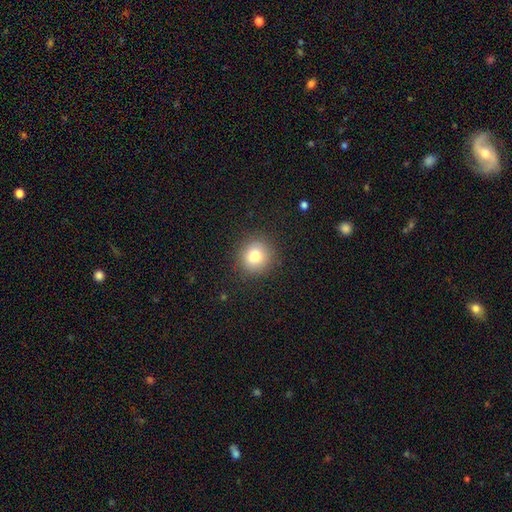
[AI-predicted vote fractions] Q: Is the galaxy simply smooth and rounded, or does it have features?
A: smooth — 79%.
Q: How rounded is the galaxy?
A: round — 90%.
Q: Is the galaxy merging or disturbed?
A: none — 88%.